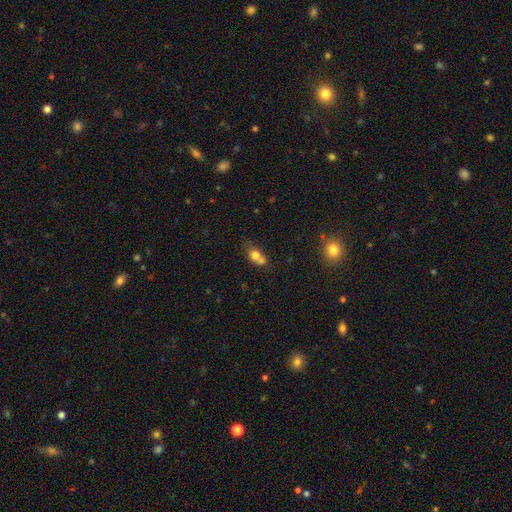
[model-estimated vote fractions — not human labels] A smooth galaxy with no disk features (72%) that is in between round and cigar-shaped (61%).

Vote fractions:
- Smooth or featured? smooth: 72% / featured or disk: 17% / star or artifact: 11%
- How rounded? in between: 61% / round: 34% / cigar-shaped: 5%
- Merging? merger: 49% / none: 32% / minor disturbance: 13% / major disturbance: 6%